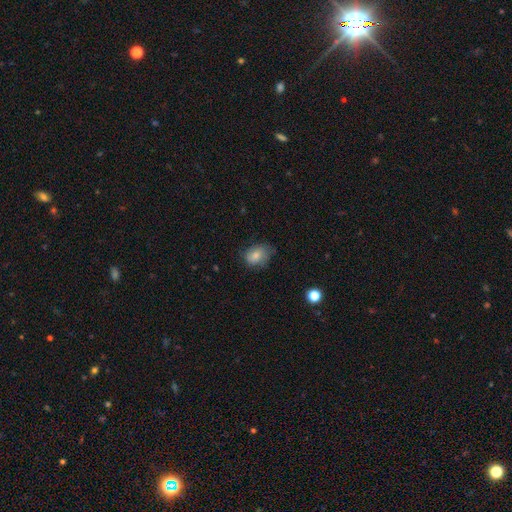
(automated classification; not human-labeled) smooth 80%, featured or disk 12%, star or artifact 9%. Down the decision tree: how rounded — in between (60%); merging — none (64%).